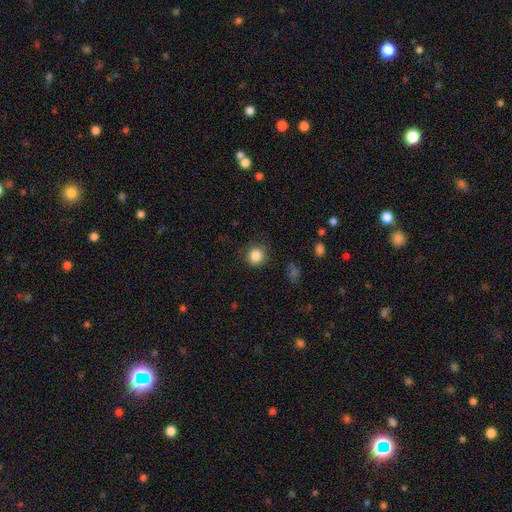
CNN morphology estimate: A smooth galaxy with no disk features (85%) that is round (90%). Merging: none (85%).